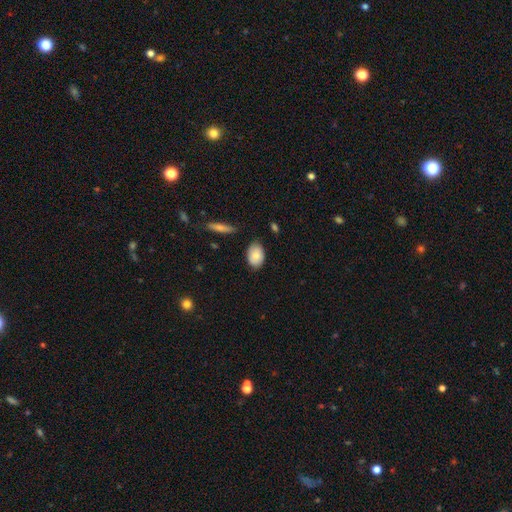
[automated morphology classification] smooth-or-featured: smooth: 81% | featured or disk: 12% | star or artifact: 7%
  how-rounded: in between: 88% | round: 11% | cigar-shaped: 2%
  merging: none: 80% | minor disturbance: 15% | major disturbance: 3% | merger: 2%